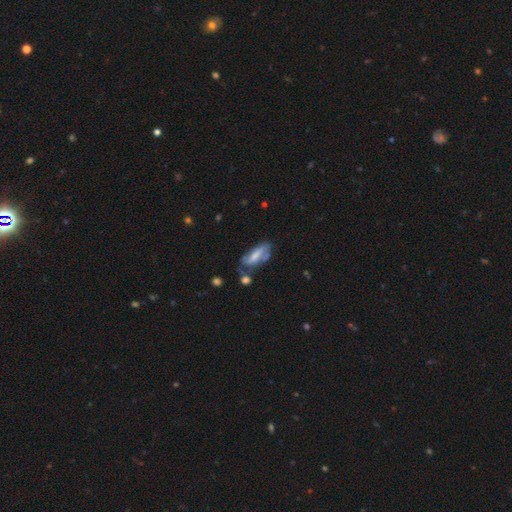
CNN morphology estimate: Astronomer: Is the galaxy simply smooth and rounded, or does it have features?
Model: featured or disk — 49% (runner-up: smooth, 43%).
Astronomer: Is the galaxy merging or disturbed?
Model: none — 46% (runner-up: minor disturbance, 27%).